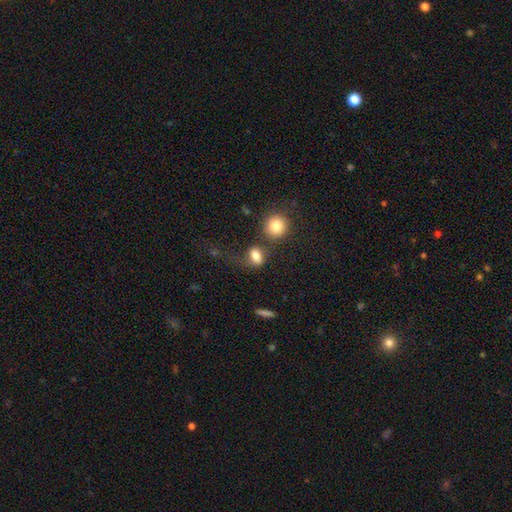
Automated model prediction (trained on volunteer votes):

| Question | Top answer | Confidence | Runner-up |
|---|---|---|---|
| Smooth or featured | smooth | 78% | star or artifact (11%) |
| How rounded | in between | 62% | round (35%) |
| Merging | none | 45% | merger (19%) |